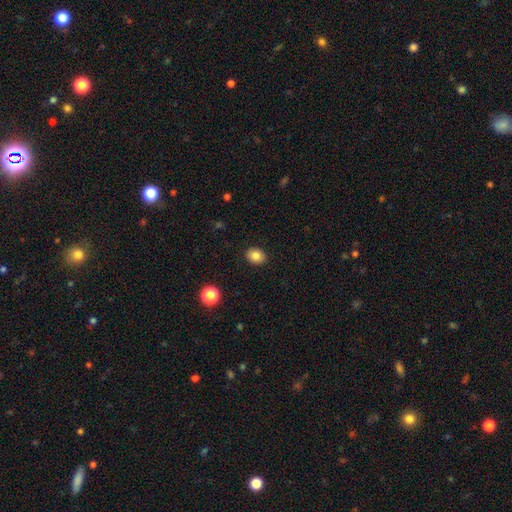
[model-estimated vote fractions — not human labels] This is clearly a smooth galaxy (84%). How rounded: possibly round (50%). Merging: clearly none (90%).